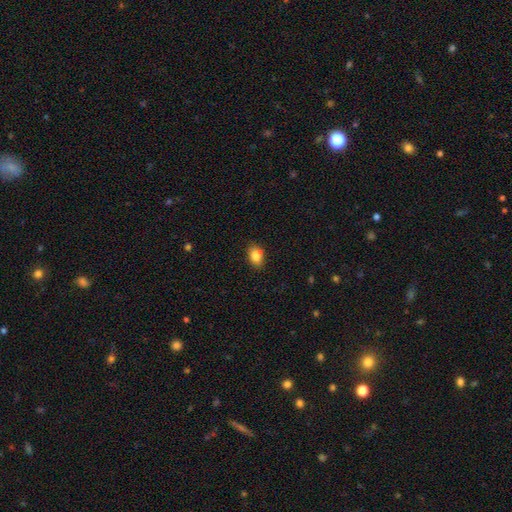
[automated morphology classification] smooth 86%, star or artifact 9%, featured or disk 5%. Down the decision tree: how rounded — in between (72%); merging — none (86%).